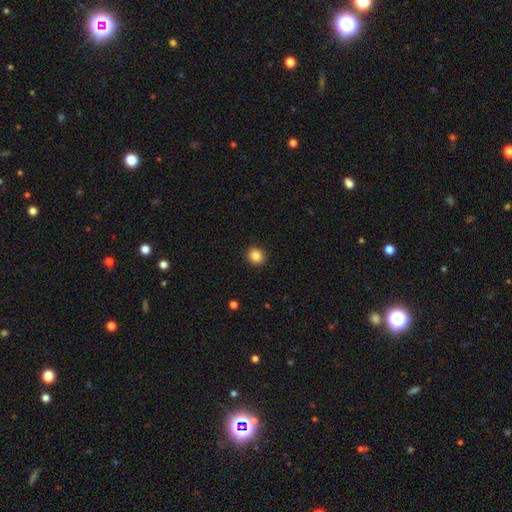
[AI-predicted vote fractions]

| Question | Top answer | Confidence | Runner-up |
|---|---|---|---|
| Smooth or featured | smooth | 85% | star or artifact (10%) |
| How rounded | round | 83% | in between (16%) |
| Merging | none | 92% | minor disturbance (5%) |